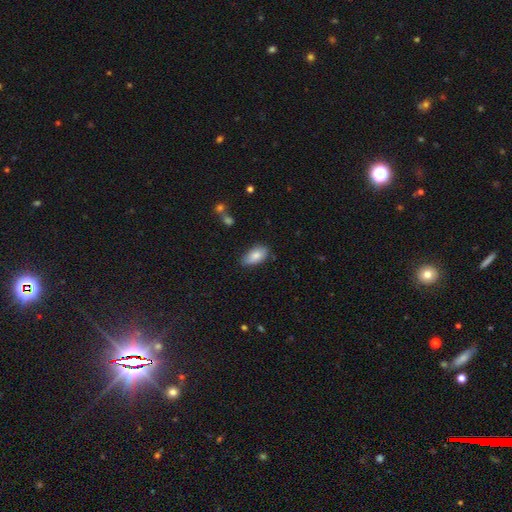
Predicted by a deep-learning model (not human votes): This is clearly a smooth galaxy (81%). How rounded: clearly in between (92%). Merging: likely none (69%).